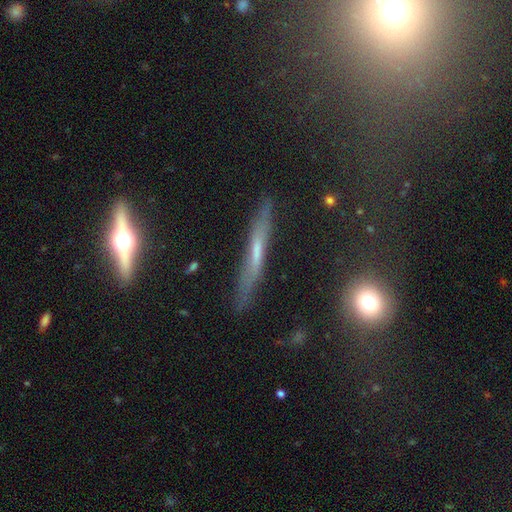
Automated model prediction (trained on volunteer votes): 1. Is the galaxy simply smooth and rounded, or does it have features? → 63% featured or disk, 26% smooth, 11% star or artifact.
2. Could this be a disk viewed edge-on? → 91% yes, 9% no.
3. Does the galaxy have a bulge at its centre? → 52% rounded, 39% none, 8% boxy.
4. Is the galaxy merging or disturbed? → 81% none, 14% minor disturbance, 3% major disturbance, 2% merger.